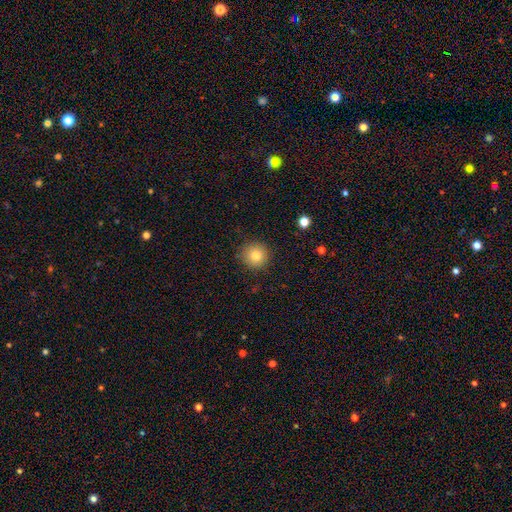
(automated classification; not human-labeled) Smooth or featured: smooth — 82% (star or artifact — 11%)
How rounded: round — 94% (in between — 5%)
Merging: none — 88% (minor disturbance — 8%)